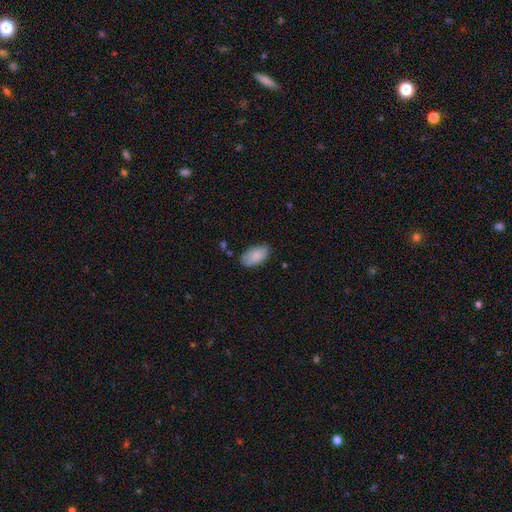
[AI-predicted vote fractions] A smooth galaxy with no disk features (86%) that is in between round and cigar-shaped (95%). Merging: none (75%).